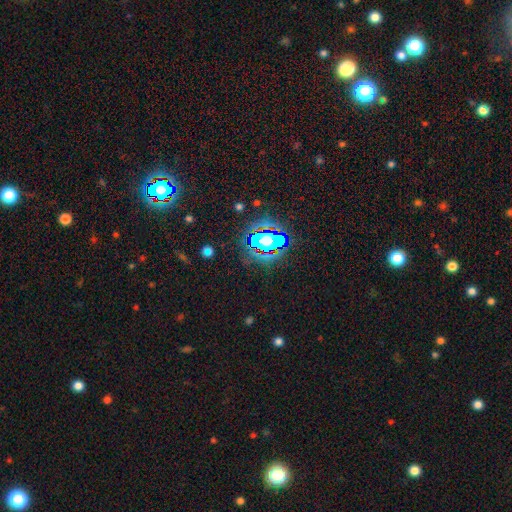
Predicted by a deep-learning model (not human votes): smooth_or_featured: star or artifact (p=0.81) [alt: smooth p=0.12]